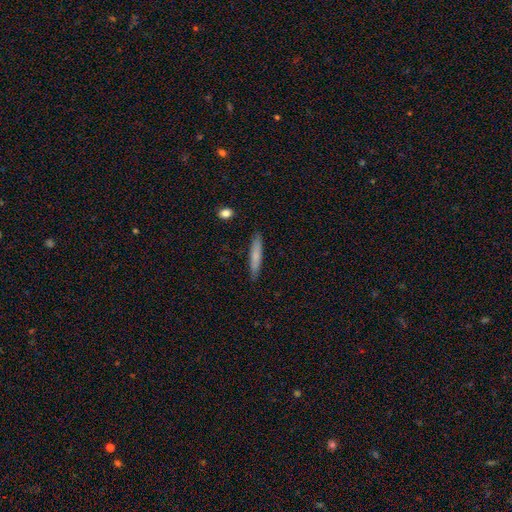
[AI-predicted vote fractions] The model was most divided on "smooth or featured": smooth: 72%, featured or disk: 23%, star or artifact: 6%. More confident: how rounded — cigar-shaped (92%); merging — none (89%).